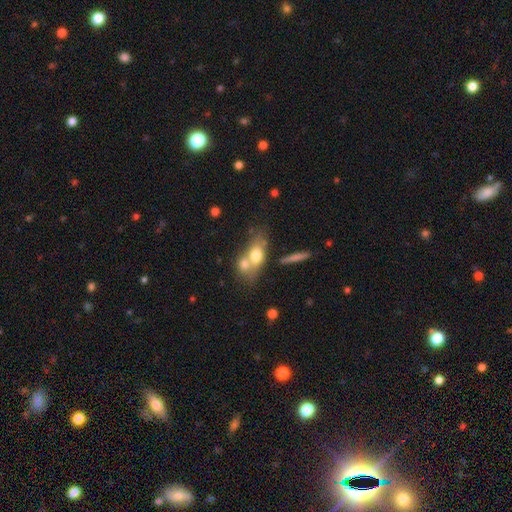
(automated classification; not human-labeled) Smooth or featured? smooth (67%)
How rounded? in between (67%)
Merging? merger (57%)